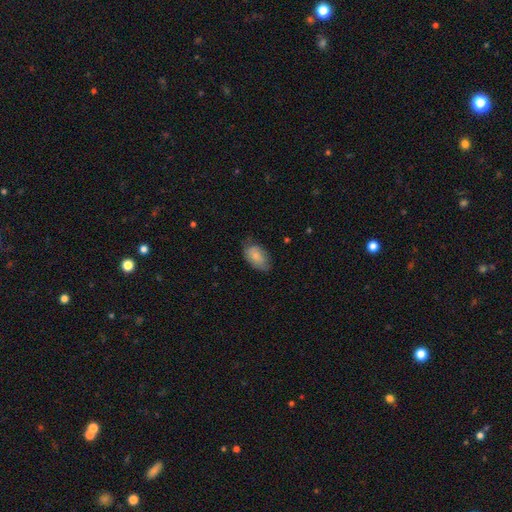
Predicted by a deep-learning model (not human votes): Overall: smooth (81%). How rounded: in between (93%). Merging: none (67%).